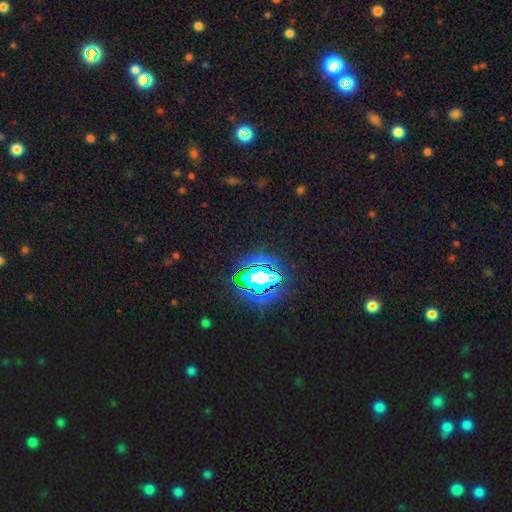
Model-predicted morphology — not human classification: Smooth or featured? star or artifact (80%)